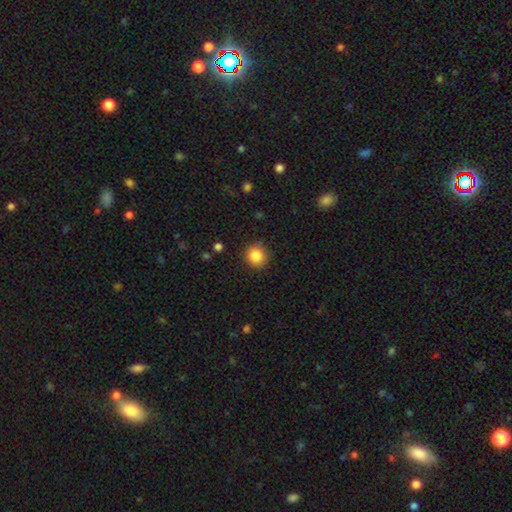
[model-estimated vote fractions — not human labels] The model was most divided on "smooth or featured": smooth: 86%, star or artifact: 10%, featured or disk: 4%. More confident: how rounded — round (92%); merging — none (87%).